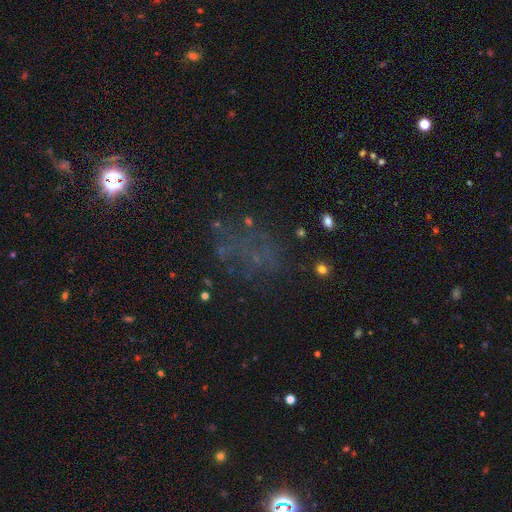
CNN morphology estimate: This appears to be a star or artifact, not a galaxy (41%).